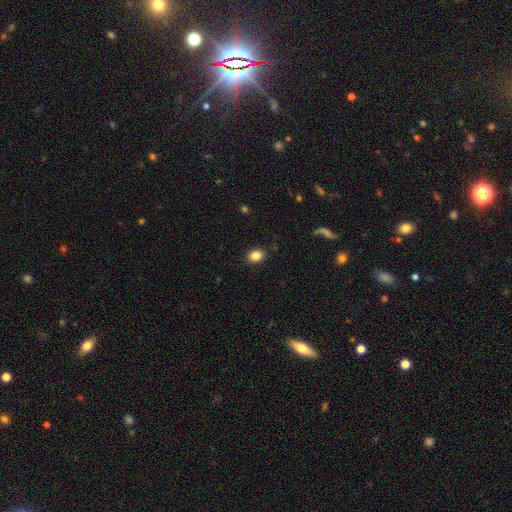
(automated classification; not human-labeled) Smooth or featured? Predicted: smooth (p=0.85). How rounded? Predicted: in between (p=0.56). Merging? Predicted: none (p=0.88).